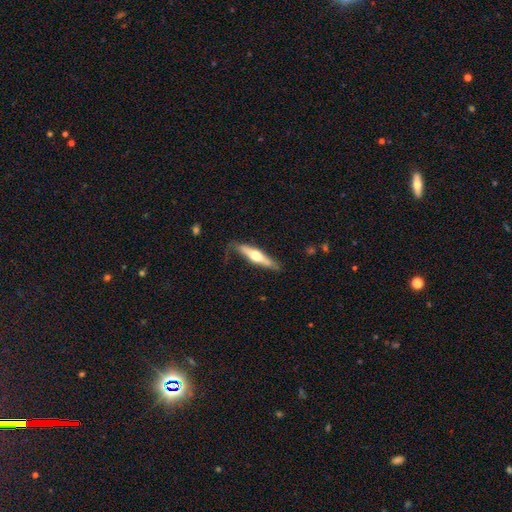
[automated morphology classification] smooth-or-featured: featured or disk: 57% | smooth: 39% | star or artifact: 5%
  disk-edge-on: yes: 90% | no: 10%
    edge-on-bulge: rounded: 93% | none: 4% | boxy: 3%
  merging: none: 69% | minor disturbance: 22% | major disturbance: 7% | merger: 2%